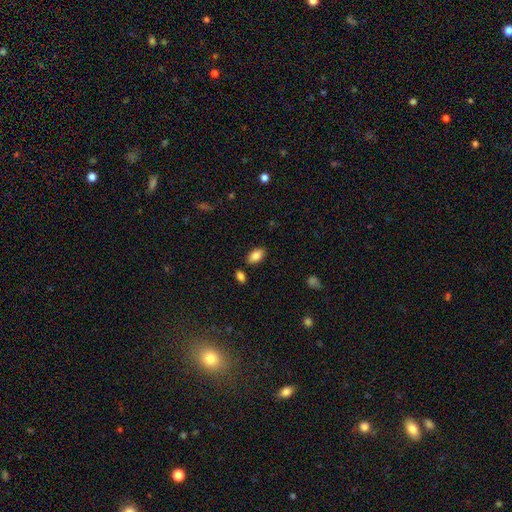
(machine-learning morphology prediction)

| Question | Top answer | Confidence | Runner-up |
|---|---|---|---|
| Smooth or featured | smooth | 86% | star or artifact (8%) |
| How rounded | in between | 92% | round (6%) |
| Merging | none | 83% | minor disturbance (10%) |